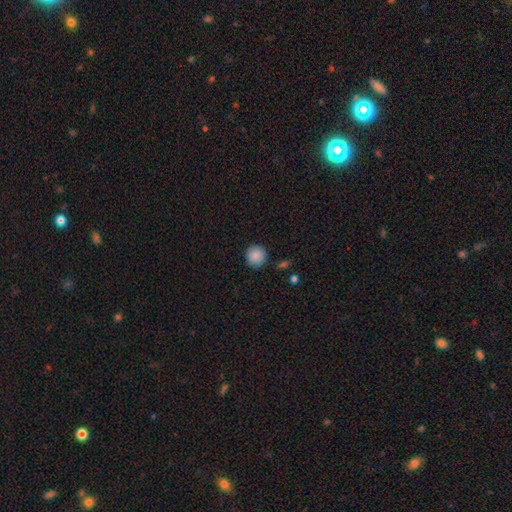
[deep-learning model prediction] smooth 88%, star or artifact 8%, featured or disk 4%. Down the decision tree: how rounded — round (93%); merging — none (89%).